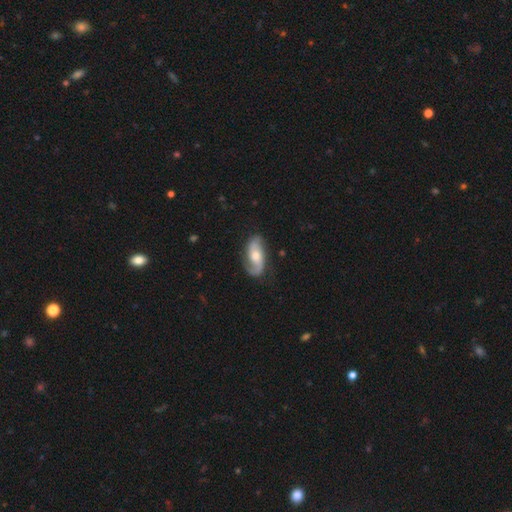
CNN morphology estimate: Smooth or featured? featured or disk (76%)
Edge-on disk? no (94%)
Bar? no (57%)
Spiral arms? yes (94%)
Spiral winding? loose (44%)
Spiral arm count? 2 (86%)
Bulge size? moderate (66%)
Merging? none (75%)